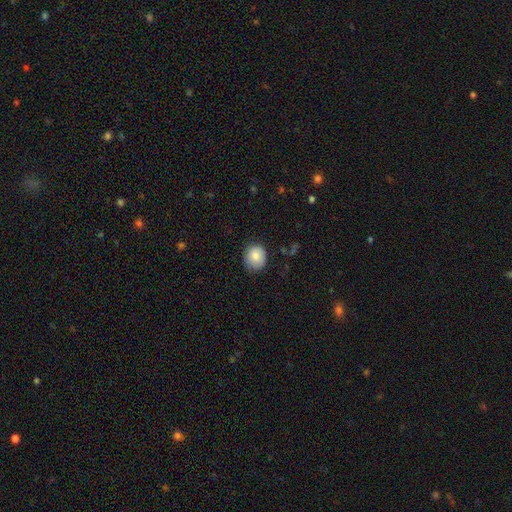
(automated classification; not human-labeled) Q: Smooth or featured?
A: smooth (83%); runner-up: featured or disk (9%)
Q: How rounded?
A: round (75%); runner-up: in between (24%)
Q: Merging?
A: none (75%); runner-up: minor disturbance (20%)